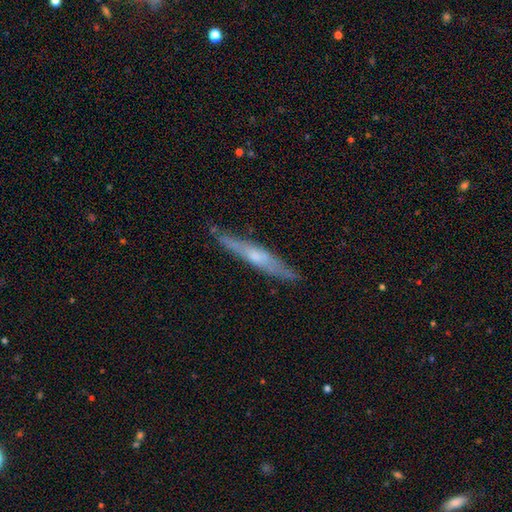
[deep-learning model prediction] A featured or disk galaxy (60%) viewed edge-on (91%) with a rounded central bulge (58%).

Vote fractions:
- Smooth or featured? featured or disk: 60% / smooth: 34% / star or artifact: 6%
- Edge-on disk? yes: 91% / no: 9%
- Edge-on bulge? rounded: 58% / none: 33% / boxy: 9%
- Merging? none: 83% / minor disturbance: 14% / major disturbance: 2% / merger: 2%